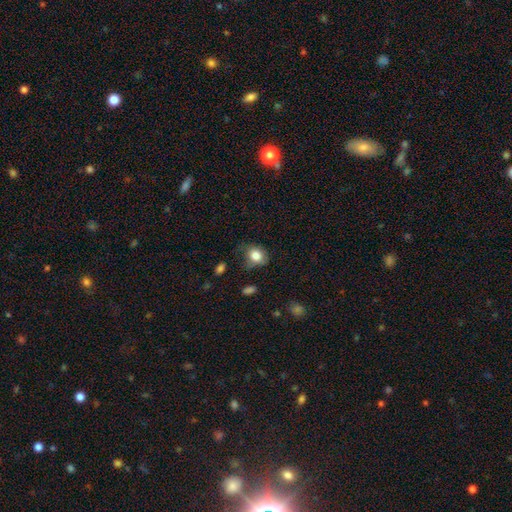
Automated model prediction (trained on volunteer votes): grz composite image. It shows a smooth galaxy with no disk features (82%) that is round (61%). Merging: none (58%).